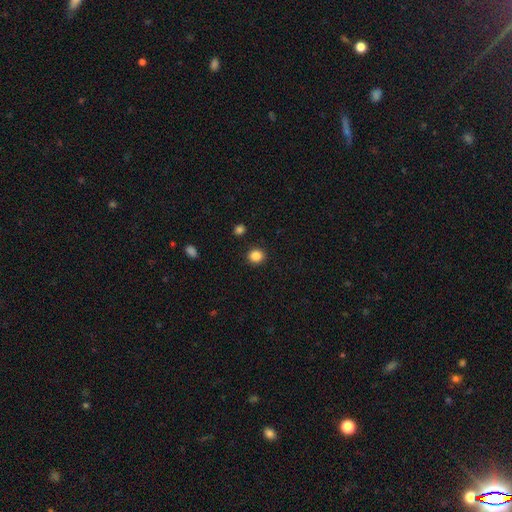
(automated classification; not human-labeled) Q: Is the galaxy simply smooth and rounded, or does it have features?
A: smooth — 86%.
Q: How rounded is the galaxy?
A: round — 87%.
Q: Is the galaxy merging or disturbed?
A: none — 91%.